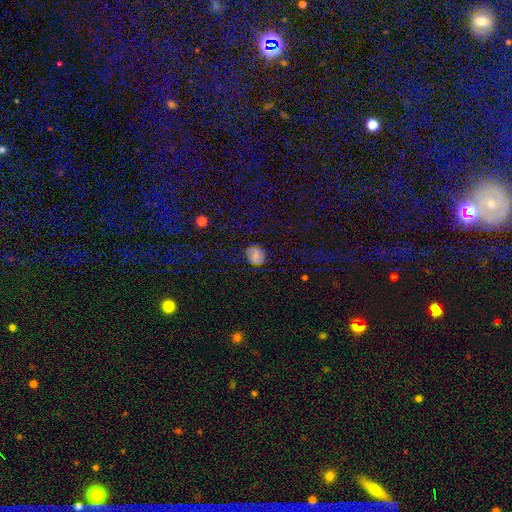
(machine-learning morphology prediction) This appears to be a smooth galaxy with no disk features (68%) that is round (66%). Merging: none (79%).